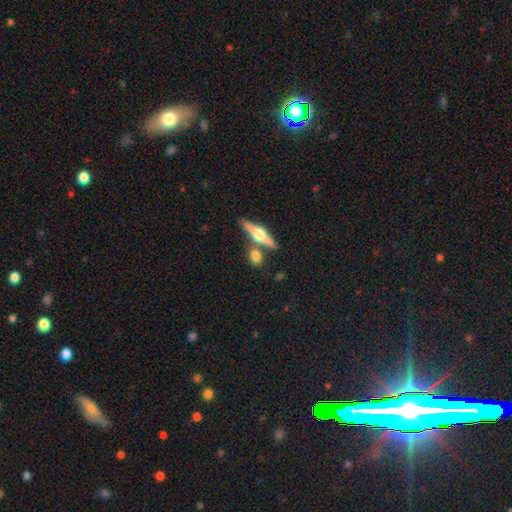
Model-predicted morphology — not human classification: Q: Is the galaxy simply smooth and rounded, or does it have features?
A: smooth — 55%.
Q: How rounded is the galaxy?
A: round — 39%.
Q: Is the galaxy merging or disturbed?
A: none — 66%.